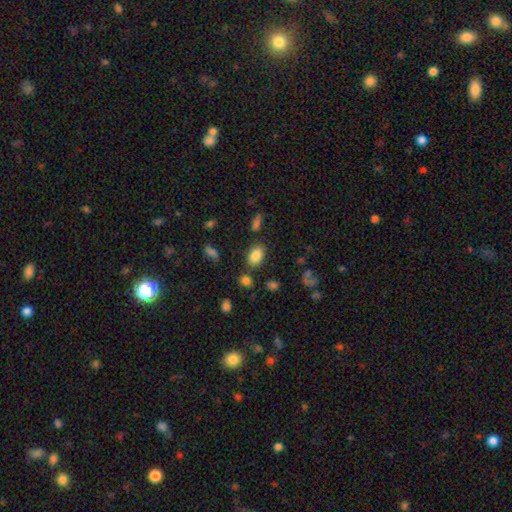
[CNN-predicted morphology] This appears to be a smooth galaxy with no disk features (84%) that is in between round and cigar-shaped (86%). Merging: none (79%).